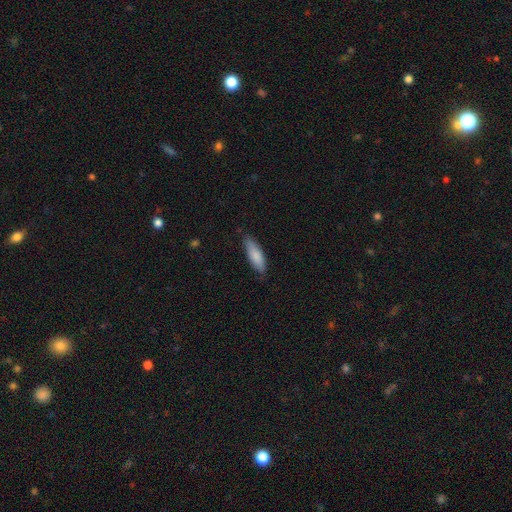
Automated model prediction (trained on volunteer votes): This is clearly a smooth galaxy (84%). How rounded: possibly in between (50%). Merging: likely none (80%).